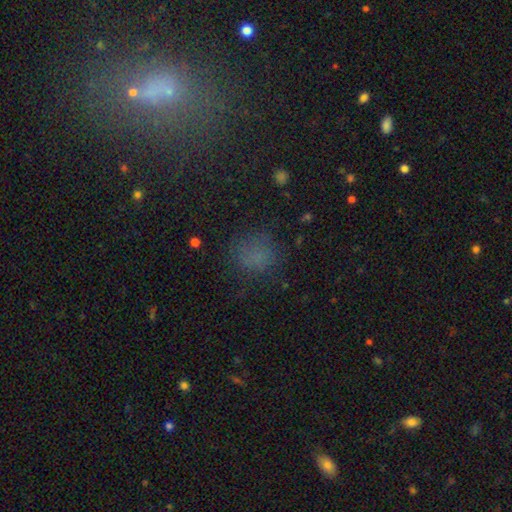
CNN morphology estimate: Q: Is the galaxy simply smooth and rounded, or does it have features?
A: smooth — 66%.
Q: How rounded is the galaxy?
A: round — 75%.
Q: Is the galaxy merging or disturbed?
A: none — 74%.